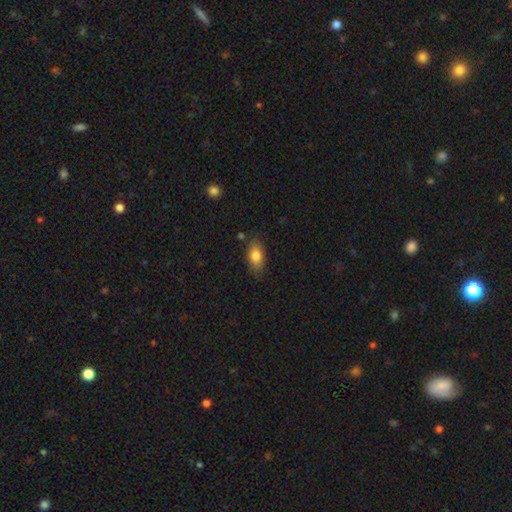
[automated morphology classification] Smooth or featured? Predicted: smooth (p=0.81). How rounded? Predicted: in between (p=0.88). Merging? Predicted: none (p=0.79).